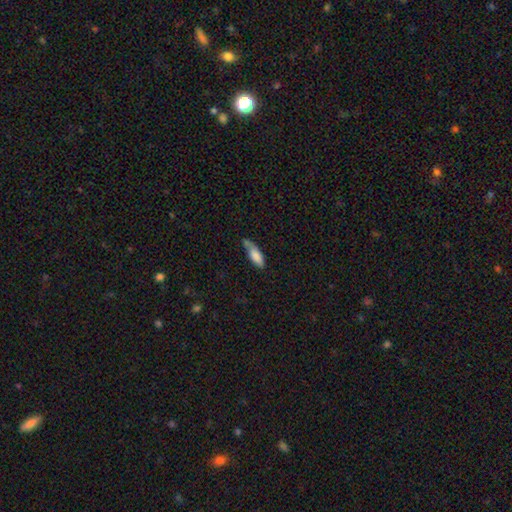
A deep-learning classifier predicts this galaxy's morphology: The model was most divided on "merging": none: 44%, minor disturbance: 35%, merger: 12%, major disturbance: 9%. More confident: smooth or featured — smooth (81%); how rounded — in between (60%).